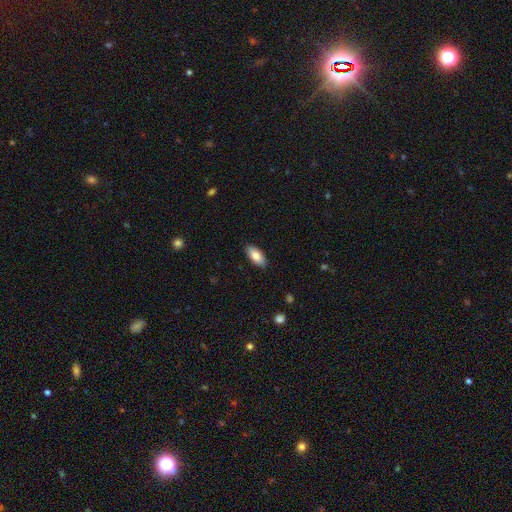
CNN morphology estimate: The model was most divided on "smooth or featured": smooth: 84%, featured or disk: 10%, star or artifact: 6%. More confident: merging — none (89%); how rounded — in between (88%).